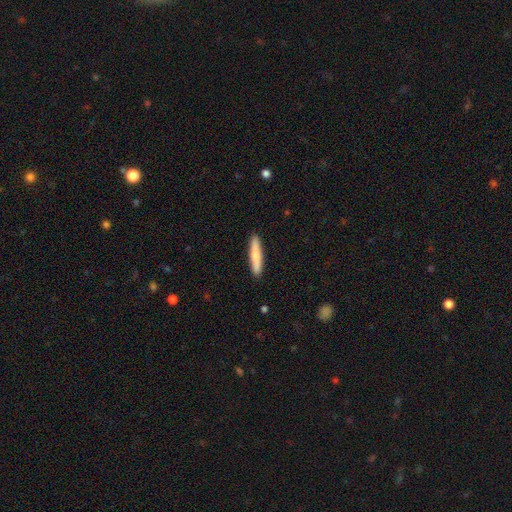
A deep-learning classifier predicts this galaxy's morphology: Smooth or featured? Predicted: smooth (p=0.77). How rounded? Predicted: cigar-shaped (p=0.90). Merging? Predicted: none (p=0.91).